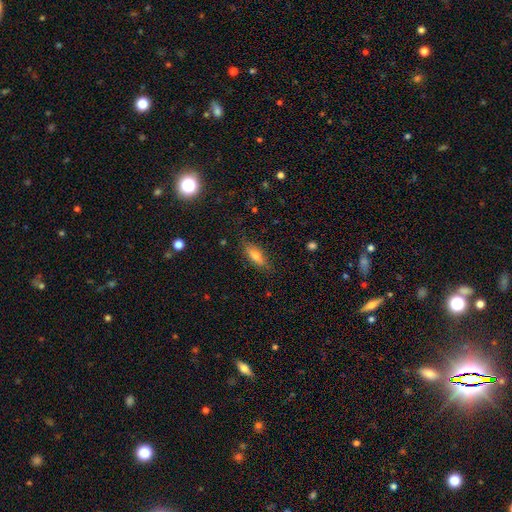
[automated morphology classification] smooth 64%, featured or disk 28%, star or artifact 9%. Down the decision tree: how rounded — in between (58%); merging — none (80%).